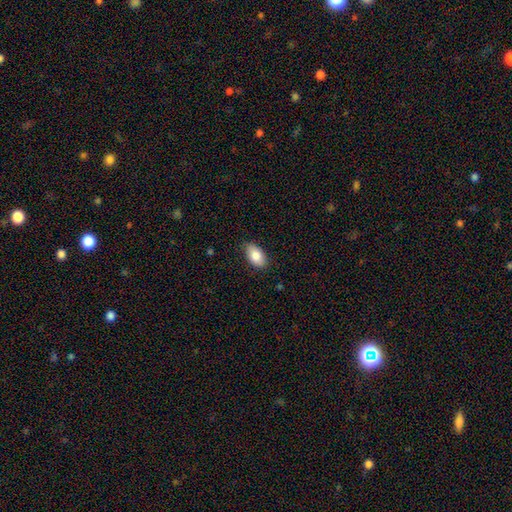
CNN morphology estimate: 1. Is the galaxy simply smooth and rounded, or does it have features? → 85% smooth, 8% featured or disk, 7% star or artifact.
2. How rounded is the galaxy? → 93% in between, 5% round, 2% cigar-shaped.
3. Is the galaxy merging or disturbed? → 82% none, 14% minor disturbance, 2% major disturbance, 1% merger.